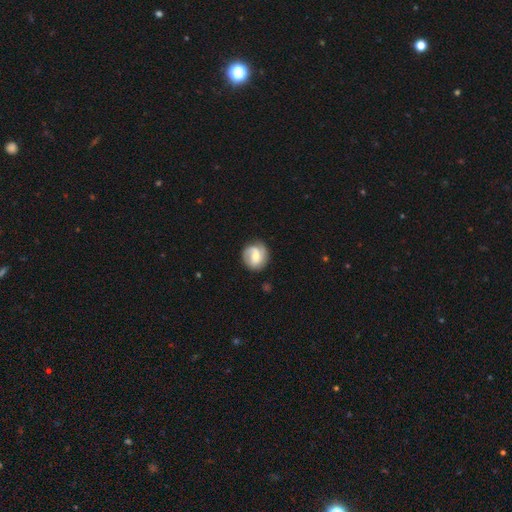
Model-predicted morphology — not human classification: The model was most divided on "spiral winding": medium: 41%, tight: 39%, loose: 20%. Remaining: edge-on disk — no (98%); spiral arms — yes (91%); merging — none (76%); smooth or featured — featured or disk (69%); spiral arm count — 2 (63%); bulge size — moderate (55%); bar — weak (48%).